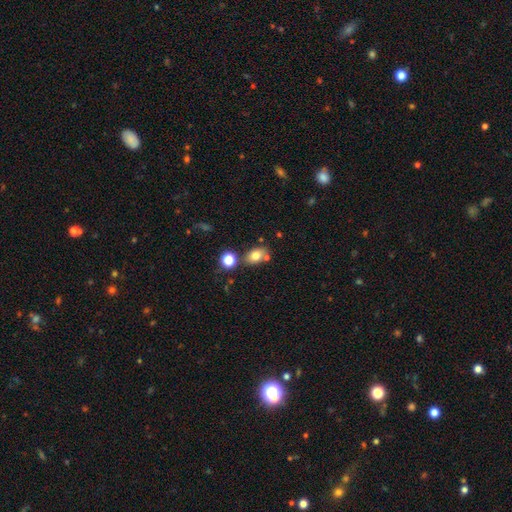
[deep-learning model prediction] This is likely a smooth galaxy (76%). How rounded: likely in between (71%). Merging: likely none (65%).